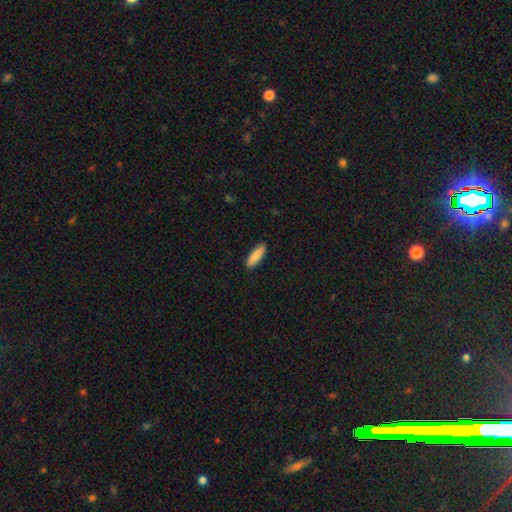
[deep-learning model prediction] smooth_or_featured: smooth (p=0.85) [alt: featured or disk p=0.09]
how_rounded: cigar-shaped (p=0.51) [alt: in between p=0.48]
merging: none (p=0.89) [alt: minor disturbance p=0.08]